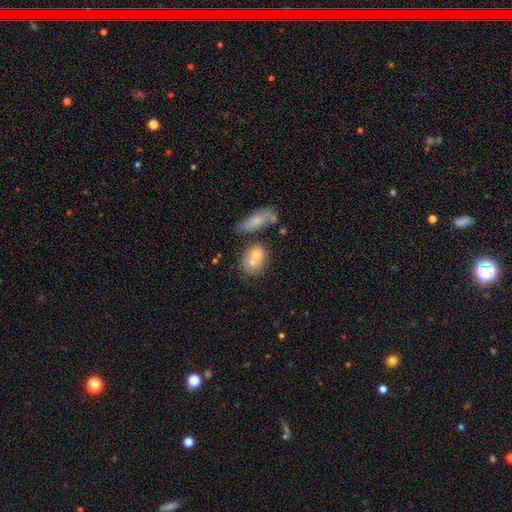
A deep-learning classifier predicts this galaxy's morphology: A smooth galaxy with no disk features (66%) that is round (56%).

Vote fractions:
- Smooth or featured? smooth: 66% / featured or disk: 24% / star or artifact: 10%
- How rounded? round: 56% / in between: 41% / cigar-shaped: 3%
- Merging? merger: 45% / none: 39% / minor disturbance: 11% / major disturbance: 5%